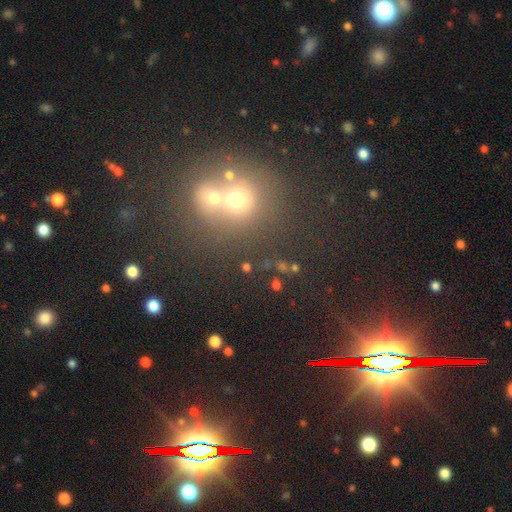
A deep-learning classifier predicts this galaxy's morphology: Overall: smooth (40%, tied with star or artifact). Merging: merger (55%; none 35%).